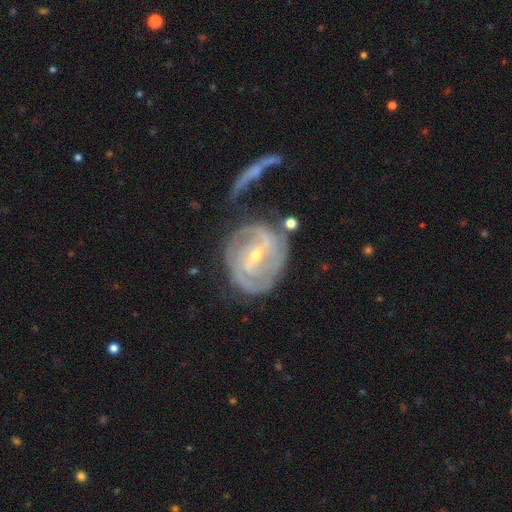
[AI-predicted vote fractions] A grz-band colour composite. It shows a featured or disk galaxy (86%) with a weak bar (44%), 2 (44%) tight (57%) spiral arms (93%) and a small central bulge (64%). Merging: none (54%).